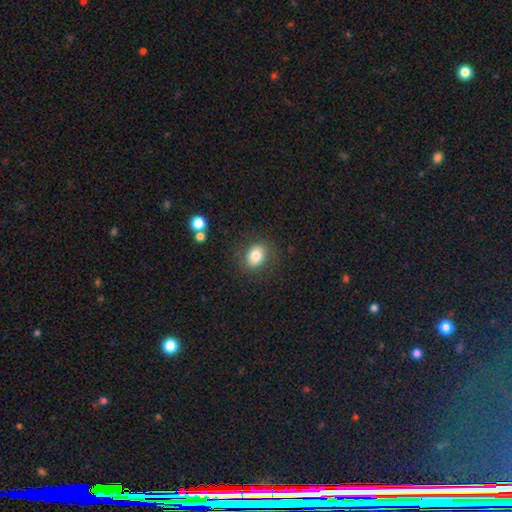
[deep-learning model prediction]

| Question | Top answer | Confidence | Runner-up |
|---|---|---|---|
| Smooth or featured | smooth | 81% | star or artifact (10%) |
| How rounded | in between | 54% | round (45%) |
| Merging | none | 83% | minor disturbance (11%) |